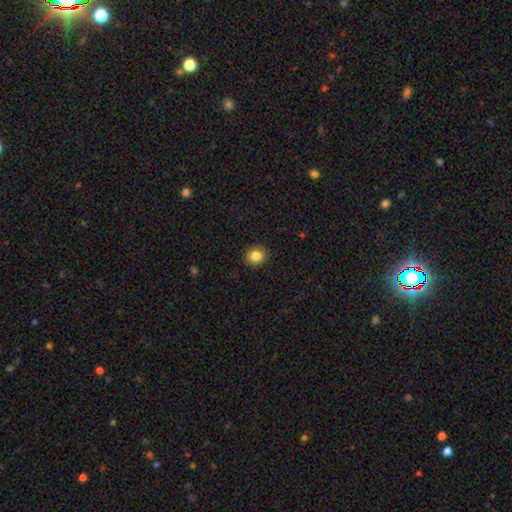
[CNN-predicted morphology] smooth-or-featured: smooth: 84% | star or artifact: 10% | featured or disk: 6%
  how-rounded: round: 84% | in between: 15% | cigar-shaped: 1%
  merging: none: 91% | minor disturbance: 6% | major disturbance: 2% | merger: 1%